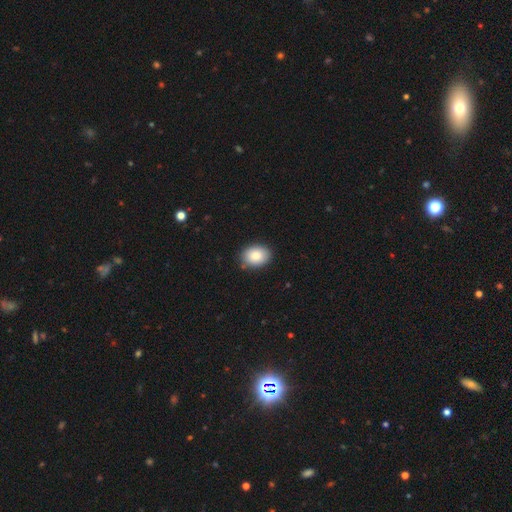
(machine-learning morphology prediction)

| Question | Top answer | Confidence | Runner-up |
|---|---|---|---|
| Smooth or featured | smooth | 85% | star or artifact (8%) |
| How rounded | in between | 64% | round (35%) |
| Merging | none | 86% | minor disturbance (11%) |